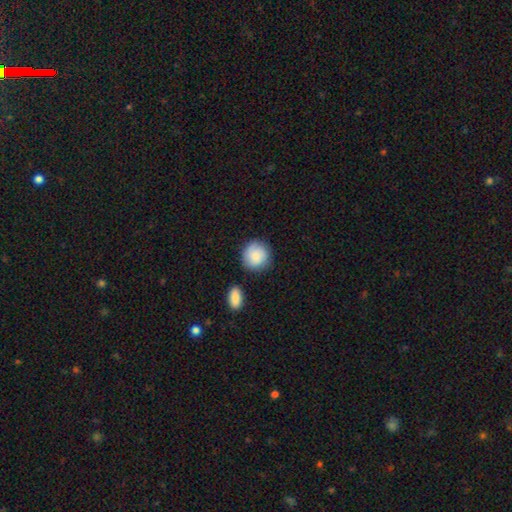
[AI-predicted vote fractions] A smooth galaxy with no disk features (85%) that is round (89%). Merging: none (79%).